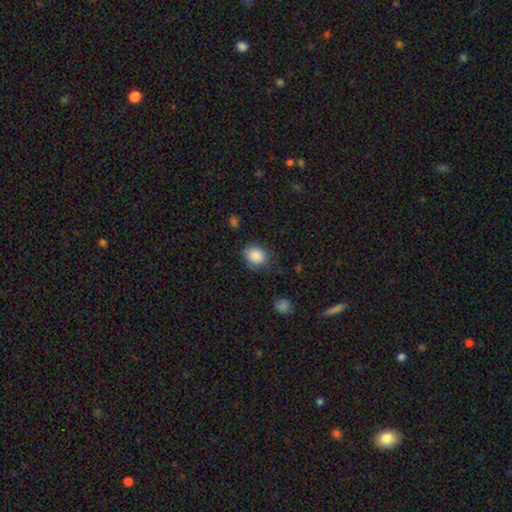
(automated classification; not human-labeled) This is clearly a smooth galaxy (87%). How rounded: likely round (62%). Merging: likely none (70%).